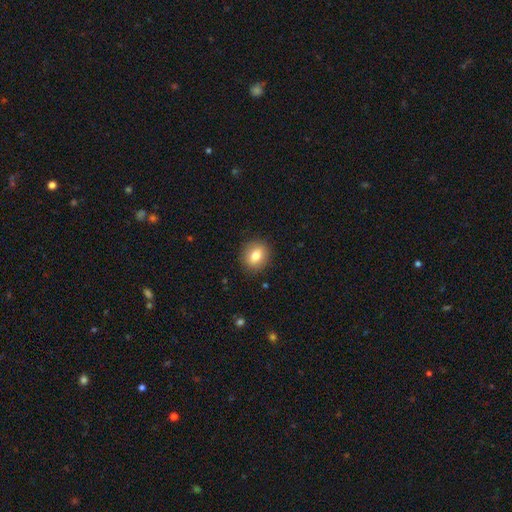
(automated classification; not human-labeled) Smooth or featured: smooth — 79% (featured or disk — 12%)
How rounded: round — 63% (in between — 36%)
Merging: none — 88% (minor disturbance — 9%)